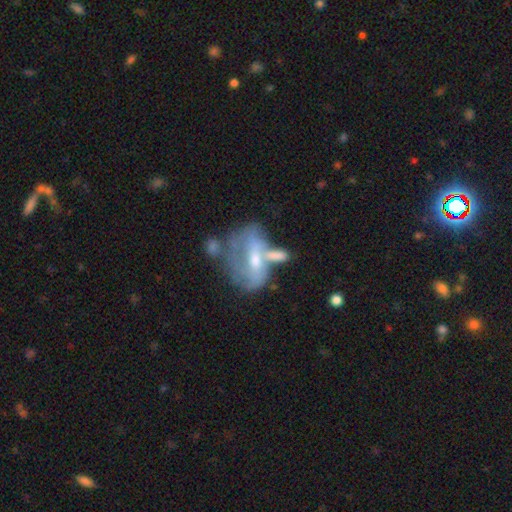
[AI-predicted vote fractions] Smooth or featured?
  - featured or disk: 66% *
  - smooth: 24%
  - star or artifact: 10%
Edge-on disk?
  - no: 92% *
  - yes: 8%
Bar?
  - no: 38% *
  - weak: 37%
  - strong: 26%
Spiral arms?
  - no: 54% *
  - yes: 46%
Bulge size?
  - moderate: 47% *
  - small: 45%
  - none: 4%
  - large: 3%
  - dominant: 1%
Merging?
  - merger: 38% *
  - none: 27%
  - major disturbance: 19%
  - minor disturbance: 17%